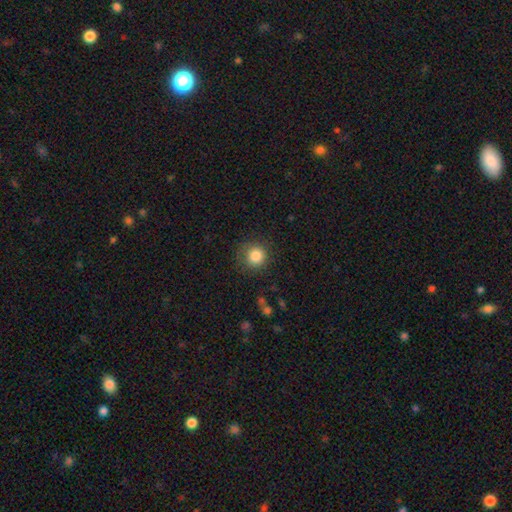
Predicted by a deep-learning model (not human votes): Smooth or featured? Predicted: smooth (p=0.84). How rounded? Predicted: round (p=0.92). Merging? Predicted: none (p=0.81).